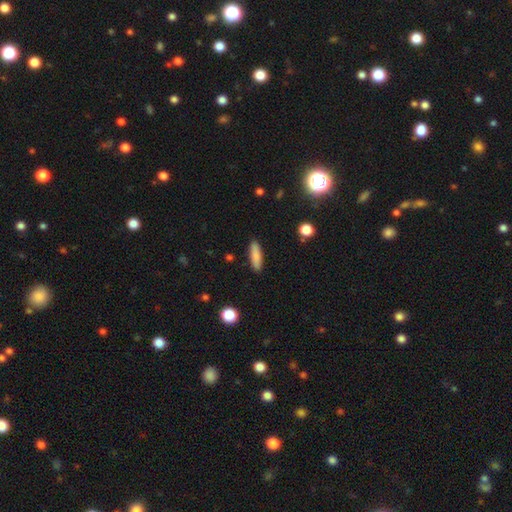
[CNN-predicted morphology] This appears to be a smooth galaxy with no disk features (84%) that is cigar-shaped (64%). Merging: none (89%).